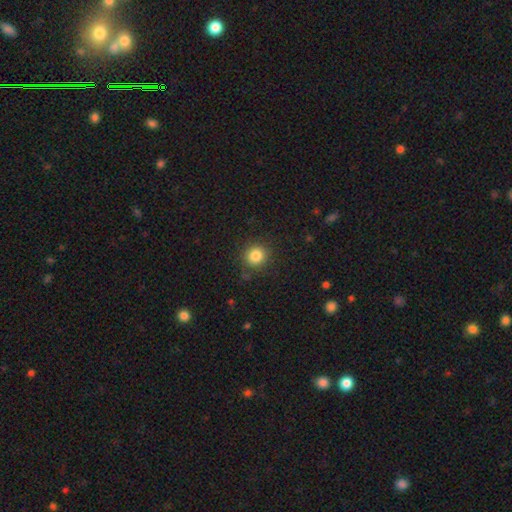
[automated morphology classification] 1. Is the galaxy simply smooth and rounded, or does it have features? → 83% smooth, 11% star or artifact, 5% featured or disk.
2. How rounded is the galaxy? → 90% round, 9% in between, 1% cigar-shaped.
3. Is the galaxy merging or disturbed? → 87% none, 9% minor disturbance, 3% major disturbance, 1% merger.